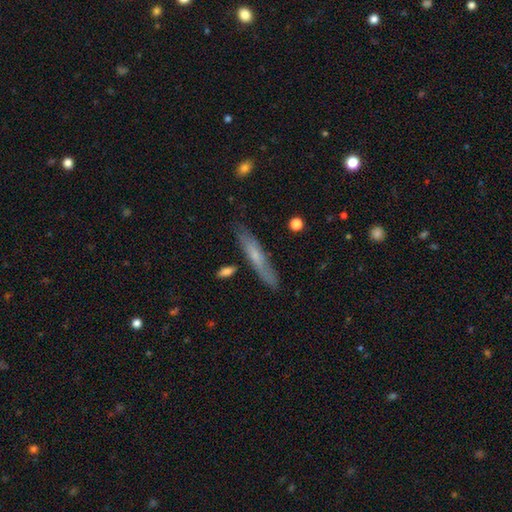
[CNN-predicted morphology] A smooth galaxy with no disk features (50%).

Vote fractions:
- Smooth or featured? smooth: 50% / featured or disk: 44% / star or artifact: 6%
- Merging? none: 78% / minor disturbance: 16% / major disturbance: 3% / merger: 3%